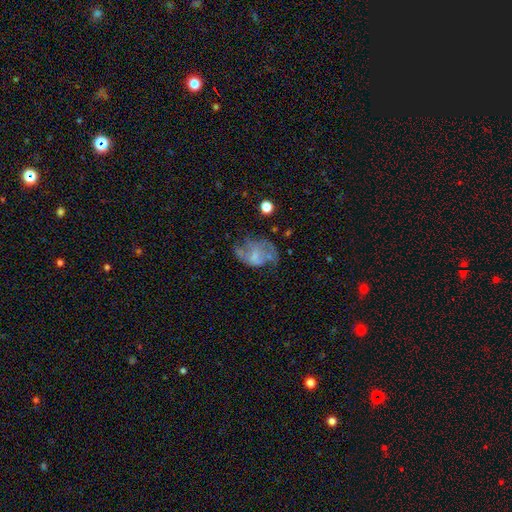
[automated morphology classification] Q: Smooth or featured?
A: featured or disk (60%); runner-up: smooth (30%)
Q: Edge-on disk?
A: no (97%); runner-up: yes (3%)
Q: Bar?
A: no (59%); runner-up: weak (34%)
Q: Spiral arms?
A: yes (58%); runner-up: no (42%)
Q: Bulge size?
A: small (47%); runner-up: none (30%)
Q: Merging?
A: none (38%); runner-up: major disturbance (32%)